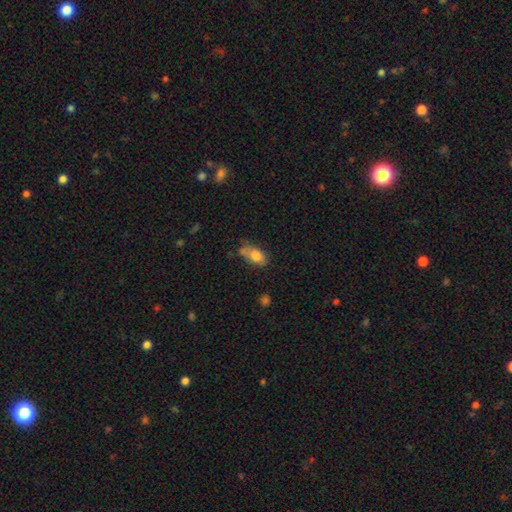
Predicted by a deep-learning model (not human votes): smooth 78%, featured or disk 14%, star or artifact 8%. Down the decision tree: how rounded — in between (88%); merging — none (46%).